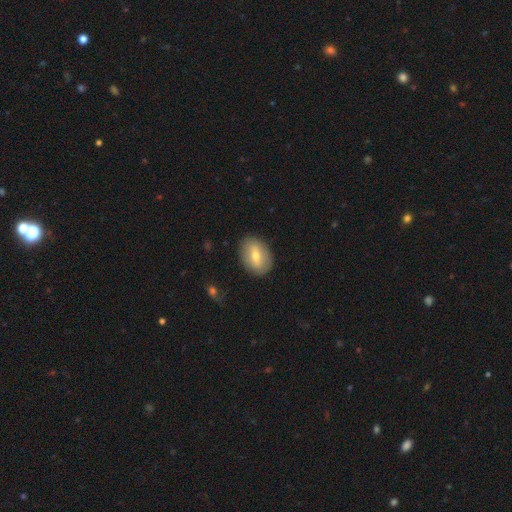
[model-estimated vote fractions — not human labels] smooth-or-featured: smooth: 59% | featured or disk: 34% | star or artifact: 7%
  how-rounded: in between: 81% | round: 17% | cigar-shaped: 2%
  merging: none: 87% | minor disturbance: 10% | major disturbance: 3% | merger: 1%